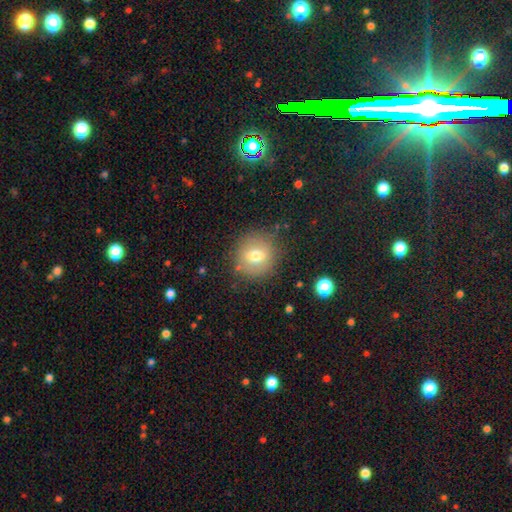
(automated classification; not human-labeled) smooth-or-featured: smooth: 66% | featured or disk: 23% | star or artifact: 11%
  how-rounded: round: 88% | in between: 11% | cigar-shaped: 1%
  merging: none: 82% | minor disturbance: 12% | major disturbance: 4% | merger: 2%